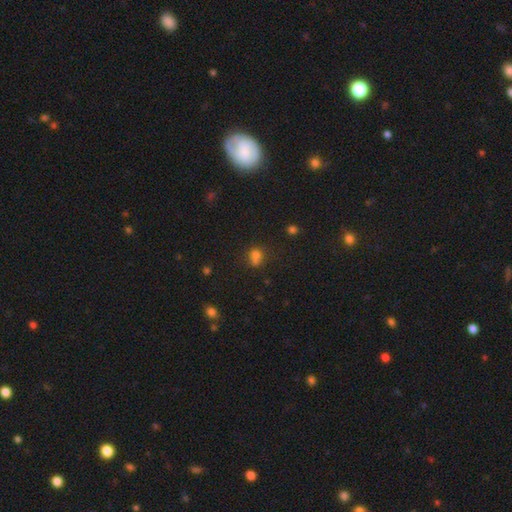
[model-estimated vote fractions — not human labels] A smooth galaxy with no disk features (70%) that is round (62%). Merging: none (41%).